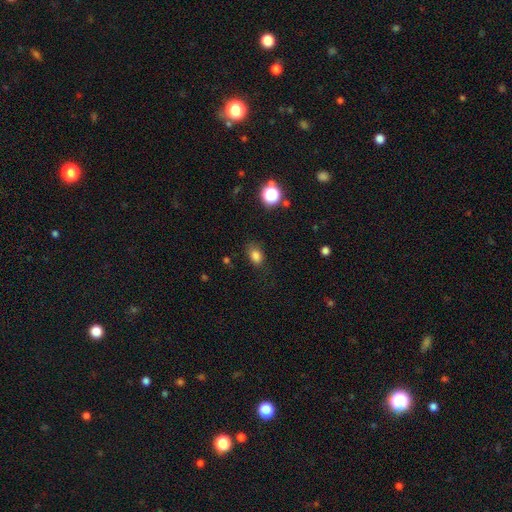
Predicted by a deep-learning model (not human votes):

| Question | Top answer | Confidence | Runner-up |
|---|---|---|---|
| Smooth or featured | smooth | 81% | star or artifact (13%) |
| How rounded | in between | 75% | round (24%) |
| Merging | none | 76% | minor disturbance (17%) |